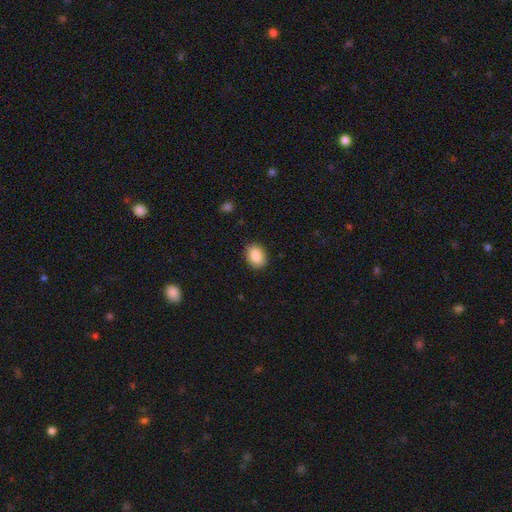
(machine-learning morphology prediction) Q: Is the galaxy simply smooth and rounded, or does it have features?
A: smooth — 88%.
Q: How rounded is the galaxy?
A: in between — 70%.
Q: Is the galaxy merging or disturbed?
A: none — 88%.